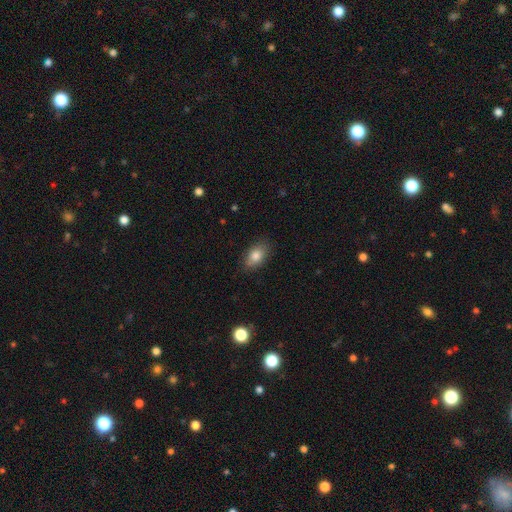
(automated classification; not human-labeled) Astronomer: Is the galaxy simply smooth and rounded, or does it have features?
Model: smooth — 83%.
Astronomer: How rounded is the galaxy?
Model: in between — 87%.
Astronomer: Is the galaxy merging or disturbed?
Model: none — 82%.